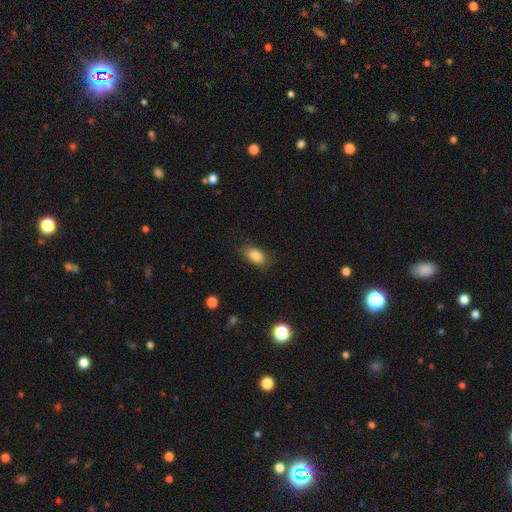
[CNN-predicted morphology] Smooth or featured? Predicted: smooth (p=0.86). How rounded? Predicted: in between (p=0.89). Merging? Predicted: none (p=0.82).